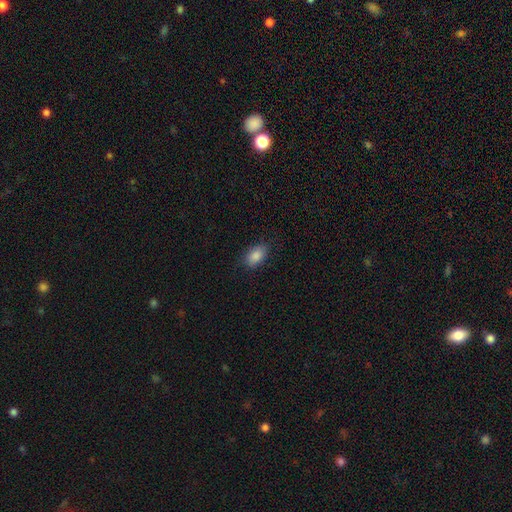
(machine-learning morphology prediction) smooth_or_featured: smooth (p=0.87) [alt: star or artifact p=0.07]
how_rounded: in between (p=0.92) [alt: round p=0.06]
merging: none (p=0.84) [alt: minor disturbance p=0.12]